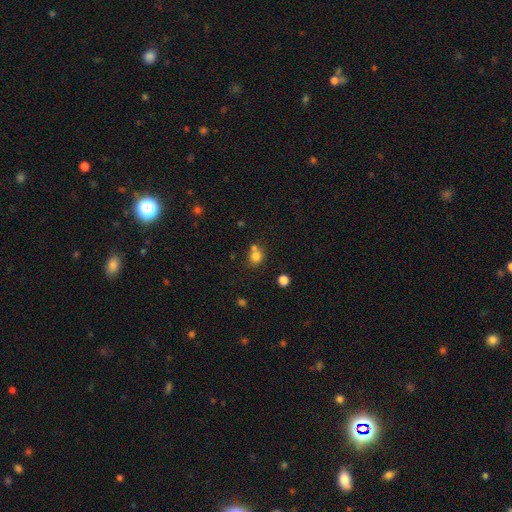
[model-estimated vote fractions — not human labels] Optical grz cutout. It shows a smooth galaxy with no disk features (79%) that is round (73%). Merging: none (50%).